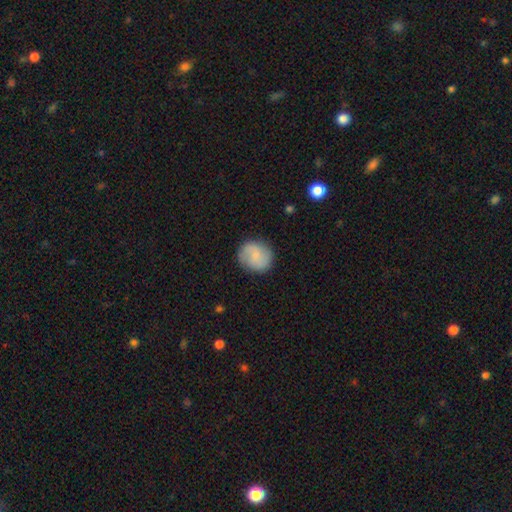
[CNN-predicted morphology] This appears to be a smooth galaxy with no disk features (63%) that is round (82%). Merging: none (83%).